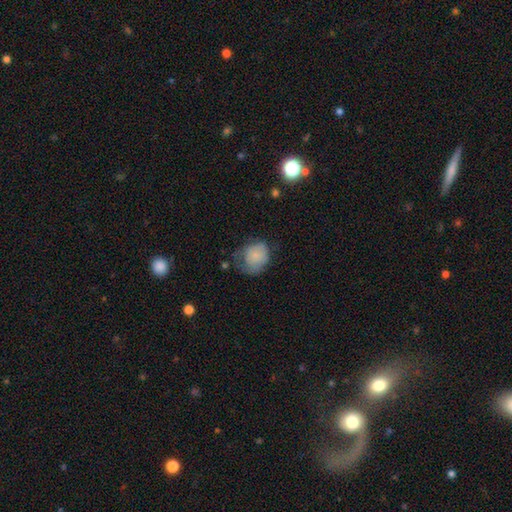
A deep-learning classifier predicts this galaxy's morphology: type=smooth (77%); roundness=round (58%); merging=minor disturbance (37%).